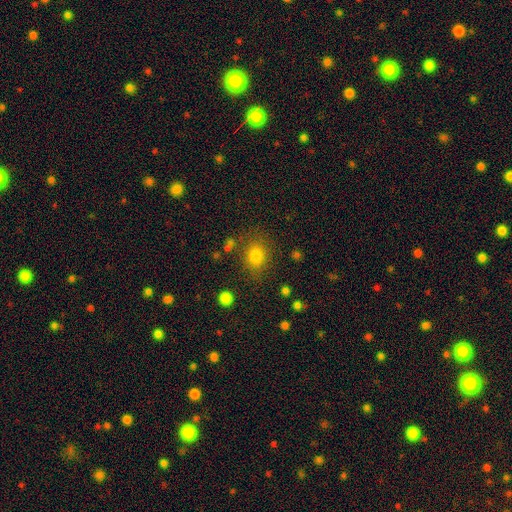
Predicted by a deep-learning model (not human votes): smooth-or-featured: smooth: 79% | star or artifact: 13% | featured or disk: 8%
  how-rounded: round: 57% | in between: 42% | cigar-shaped: 1%
  merging: none: 77% | minor disturbance: 13% | major disturbance: 6% | merger: 4%